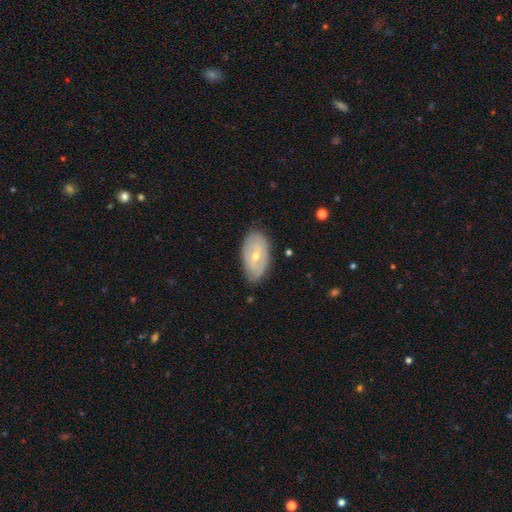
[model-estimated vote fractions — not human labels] Smooth or featured: featured or disk — 52% (smooth — 42%)
Edge-on disk: no — 90% (yes — 10%)
Merging: none — 74% (minor disturbance — 21%)